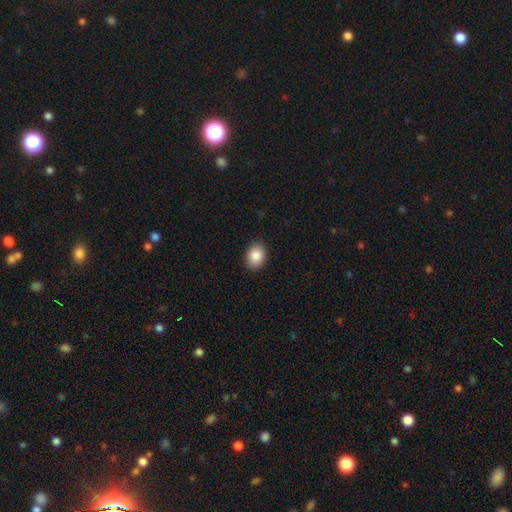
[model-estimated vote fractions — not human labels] This is clearly a smooth galaxy (88%). How rounded: likely in between (68%). Merging: clearly none (89%).